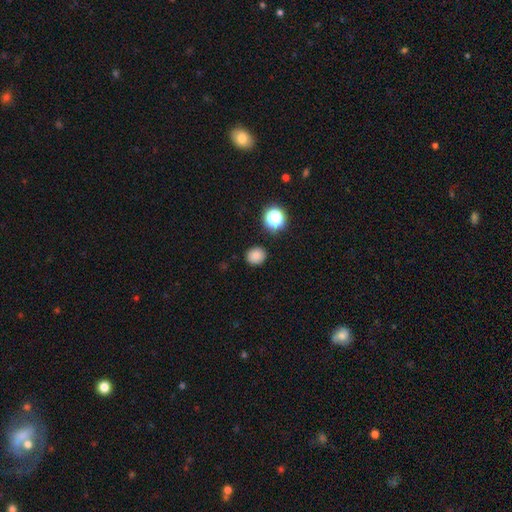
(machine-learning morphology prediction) Smooth or featured: smooth — 81% (star or artifact — 14%)
How rounded: round — 80% (in between — 19%)
Merging: none — 87% (minor disturbance — 8%)